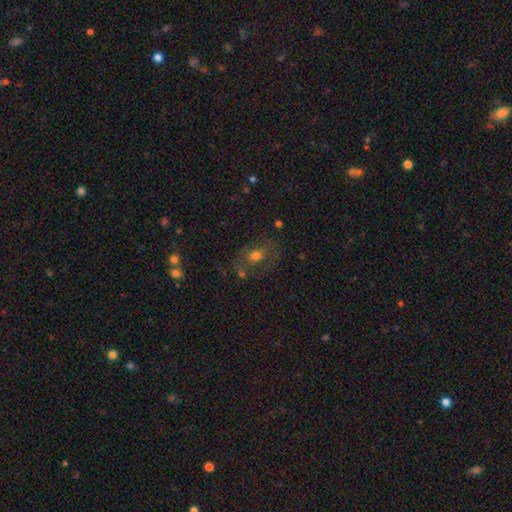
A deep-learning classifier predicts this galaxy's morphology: smooth-or-featured: smooth: 47% | featured or disk: 35% | star or artifact: 18%
  merging: none: 63% | minor disturbance: 19% | major disturbance: 12% | merger: 6%